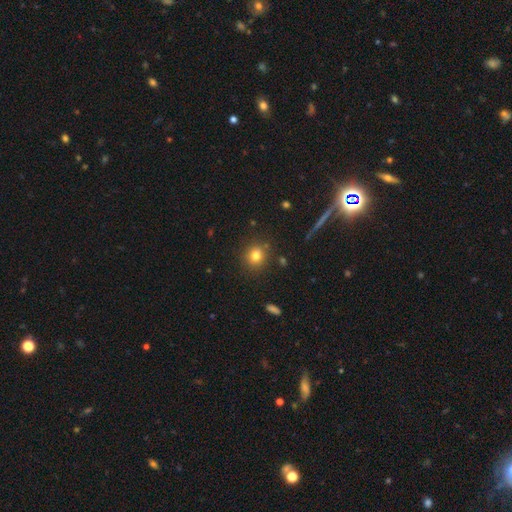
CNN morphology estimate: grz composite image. It shows a smooth galaxy with no disk features (78%) that is round (81%). Merging: none (85%).